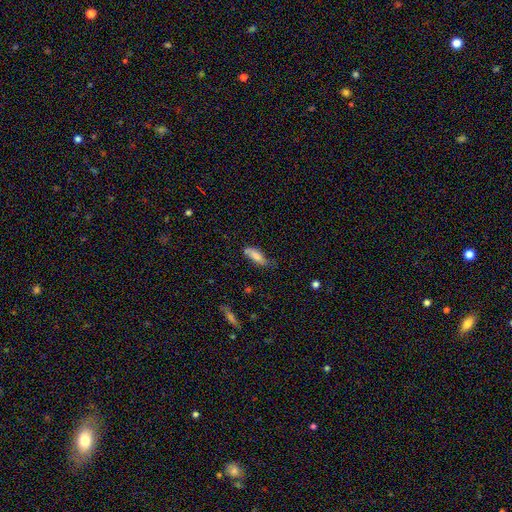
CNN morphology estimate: A smooth galaxy with no disk features (80%) that is in between round and cigar-shaped (67%).

Vote fractions:
- Smooth or featured? smooth: 80% / featured or disk: 13% / star or artifact: 7%
- How rounded? in between: 67% / cigar-shaped: 31% / round: 2%
- Merging? none: 52% / minor disturbance: 35% / major disturbance: 10% / merger: 3%